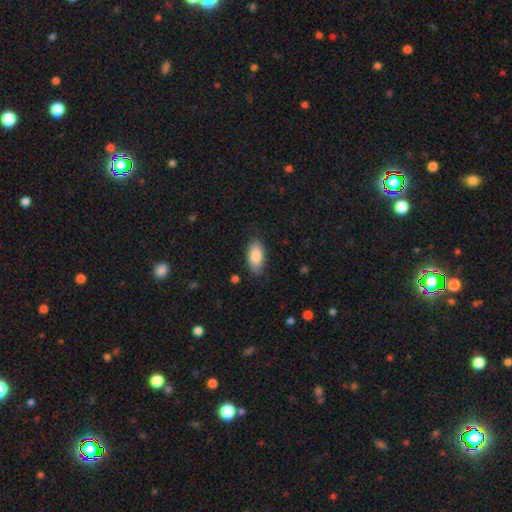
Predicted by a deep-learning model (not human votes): A smooth galaxy with no disk features (87%) that is in between round and cigar-shaped (91%). Merging: none (83%).